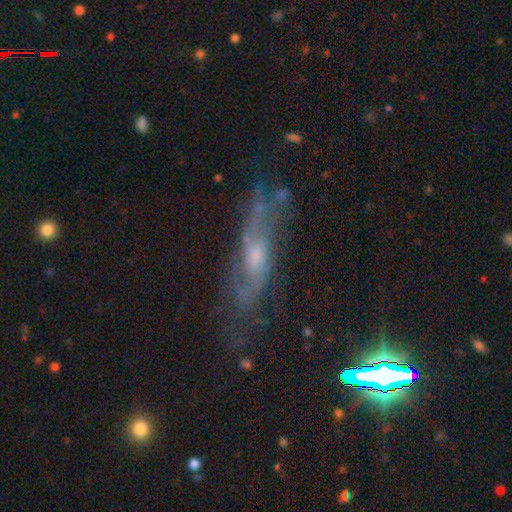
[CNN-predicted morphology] smooth_or_featured: featured or disk (p=0.69) [alt: smooth p=0.22]
disk_edge_on: no (p=0.67) [alt: yes p=0.33]
merging: none (p=0.59) [alt: minor disturbance p=0.23]